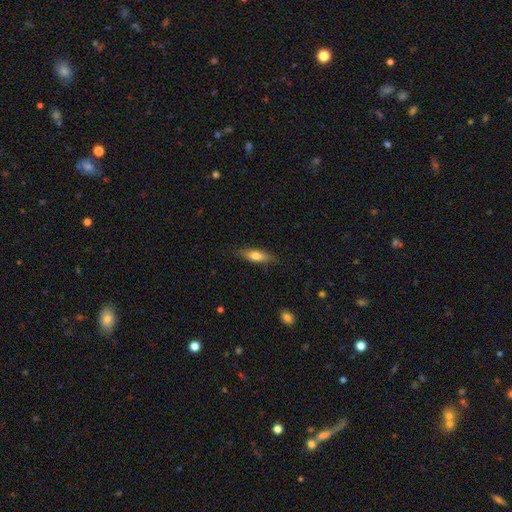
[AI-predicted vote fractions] smooth-or-featured: smooth: 68% | featured or disk: 26% | star or artifact: 6%
  how-rounded: in between: 50% | cigar-shaped: 48% | round: 3%
  merging: none: 81% | minor disturbance: 15% | major disturbance: 3% | merger: 1%